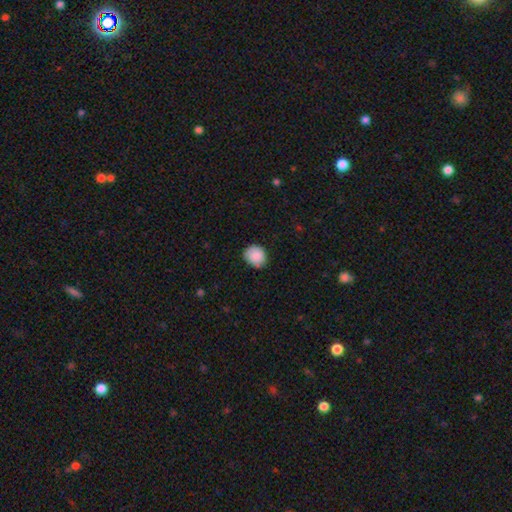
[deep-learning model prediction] smooth 85%, featured or disk 7%, star or artifact 7%. Down the decision tree: how rounded — round (76%); merging — none (79%).